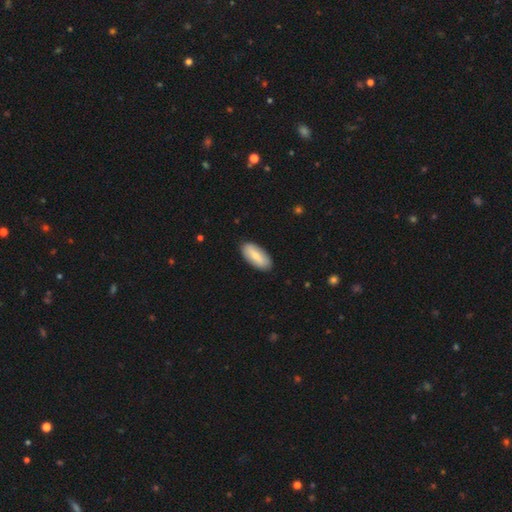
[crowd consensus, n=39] Smooth or featured: smooth — 64% (featured or disk — 33%)
How rounded: in between — 88% (cigar-shaped — 8%)
Merging: none — 89% (major disturbance — 5%)